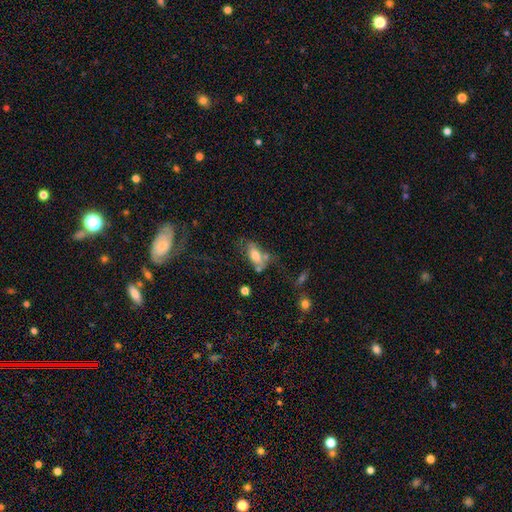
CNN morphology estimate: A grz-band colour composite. It shows a smooth galaxy with no disk features (65%) that is in between round and cigar-shaped (86%). Merging: none (36%).